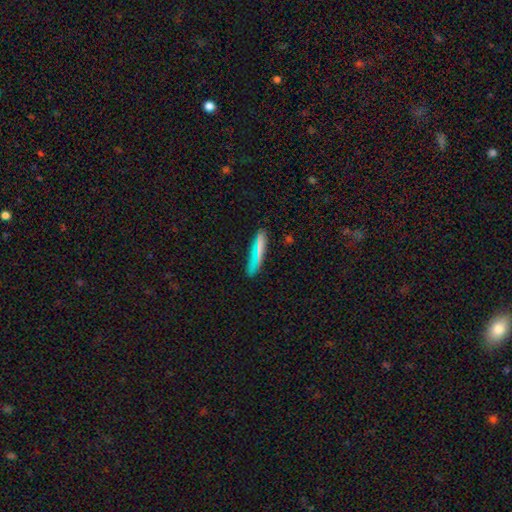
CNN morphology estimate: Smooth or featured? smooth (72%)
How rounded? cigar-shaped (83%)
Merging? none (83%)